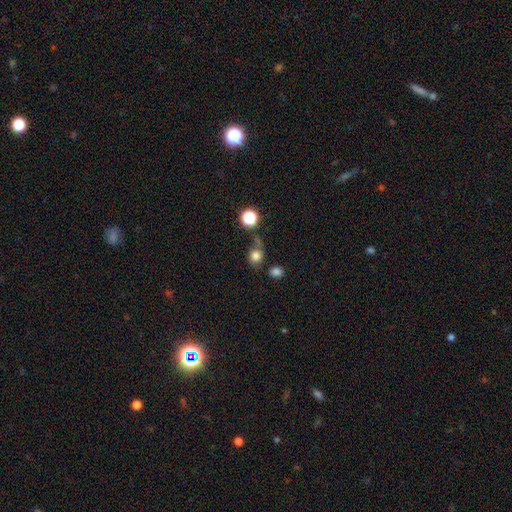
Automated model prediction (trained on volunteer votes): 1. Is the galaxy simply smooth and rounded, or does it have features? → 78% smooth, 14% star or artifact, 8% featured or disk.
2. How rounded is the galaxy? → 67% round, 32% in between, 1% cigar-shaped.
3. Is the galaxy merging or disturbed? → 56% none, 22% minor disturbance, 13% merger, 10% major disturbance.